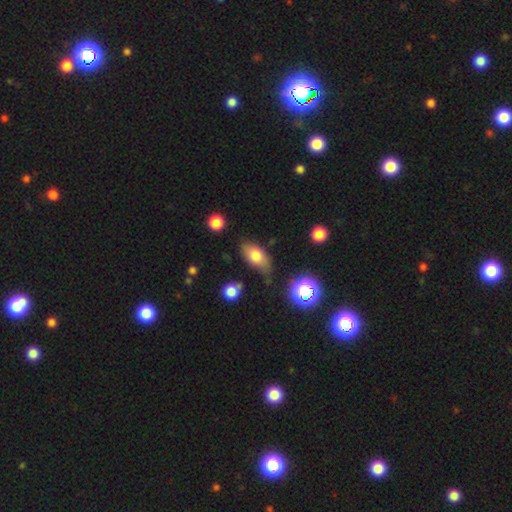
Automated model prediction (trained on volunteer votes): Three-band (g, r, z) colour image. It shows a smooth galaxy with no disk features (73%) that is in between round and cigar-shaped (88%). Merging: none (64%).